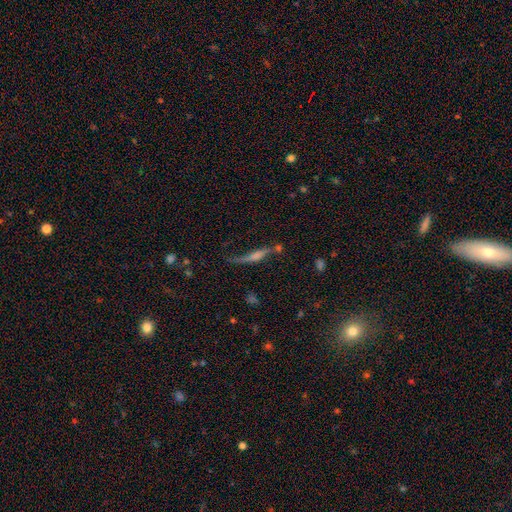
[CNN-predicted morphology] Smooth or featured: featured or disk — 63% (smooth — 24%)
Edge-on disk: yes — 74% (no — 26%)
Merging: none — 49% (minor disturbance — 23%)